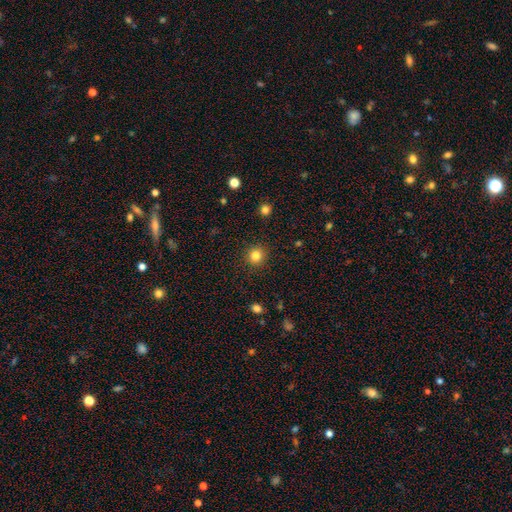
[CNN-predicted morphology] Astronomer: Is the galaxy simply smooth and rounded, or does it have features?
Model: smooth — 83%.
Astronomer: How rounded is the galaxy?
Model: round — 92%.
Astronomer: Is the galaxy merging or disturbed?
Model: none — 91%.